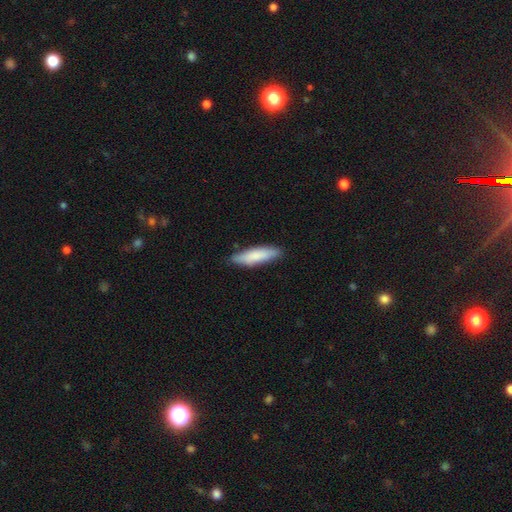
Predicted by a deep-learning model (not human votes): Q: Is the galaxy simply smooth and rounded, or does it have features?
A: smooth — 80%.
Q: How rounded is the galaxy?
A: cigar-shaped — 67%.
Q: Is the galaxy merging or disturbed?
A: none — 83%.